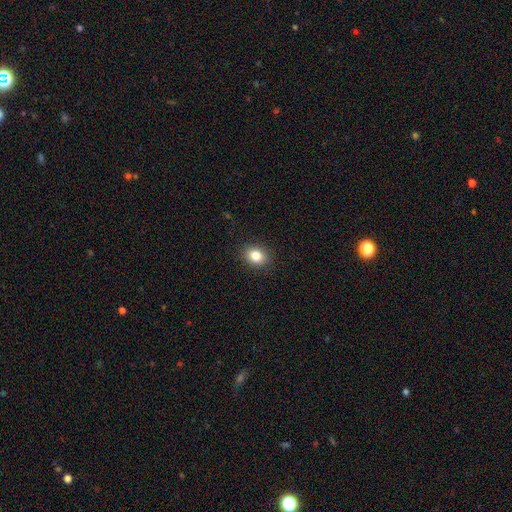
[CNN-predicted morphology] smooth 84%, star or artifact 10%, featured or disk 6%. Down the decision tree: how rounded — in between (55%); merging — none (90%).